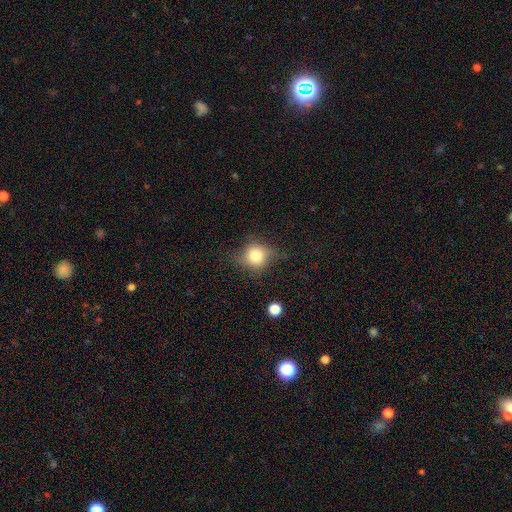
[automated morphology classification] A smooth galaxy with no disk features (72%) that is round (80%). Merging: none (64%).